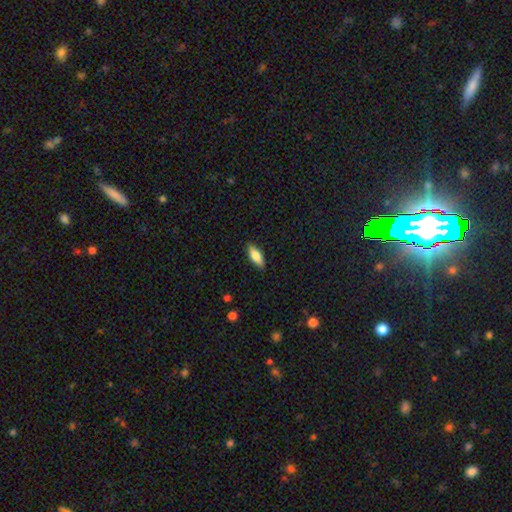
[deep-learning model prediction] This appears to be a smooth galaxy with no disk features (80%) that is in between round and cigar-shaped (73%). Merging: none (88%).